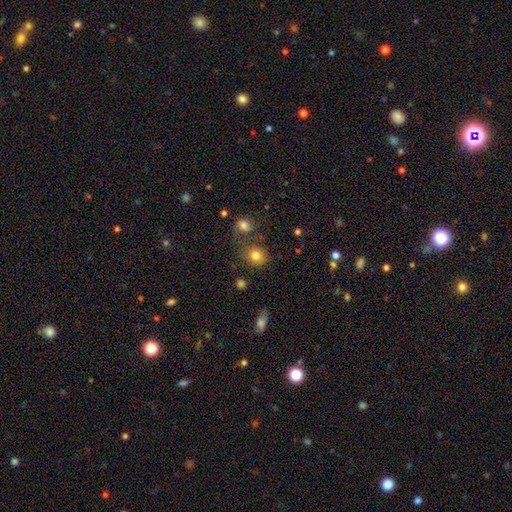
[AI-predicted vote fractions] This appears to be a smooth galaxy with no disk features (81%) that is round (77%). Merging: none (66%).